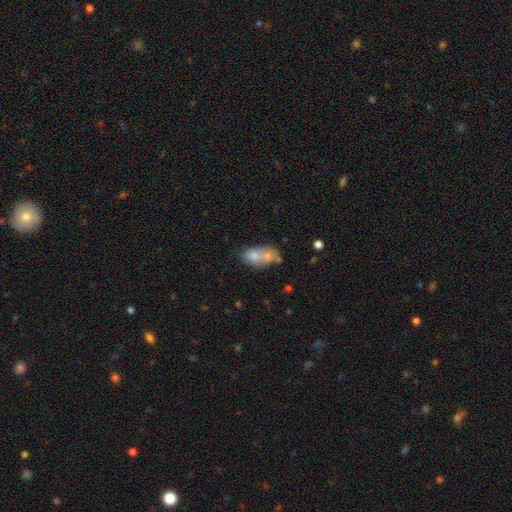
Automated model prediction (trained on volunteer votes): Smooth or featured? smooth (69%)
How rounded? in between (86%)
Merging? merger (47%)